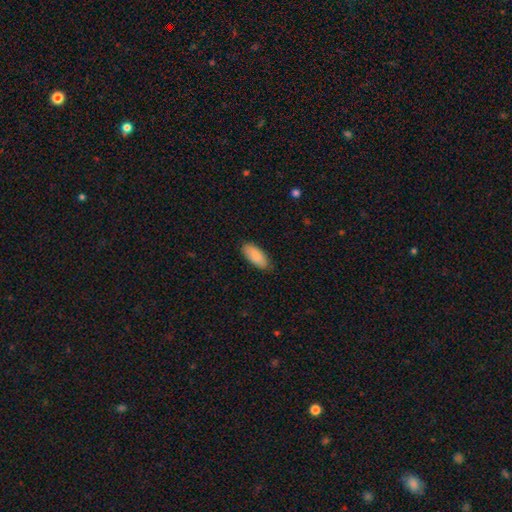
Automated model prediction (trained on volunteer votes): The model was most divided on "merging": none: 85%, minor disturbance: 12%, major disturbance: 2%, merger: 1%. More confident: smooth or featured — smooth (89%); how rounded — in between (87%).